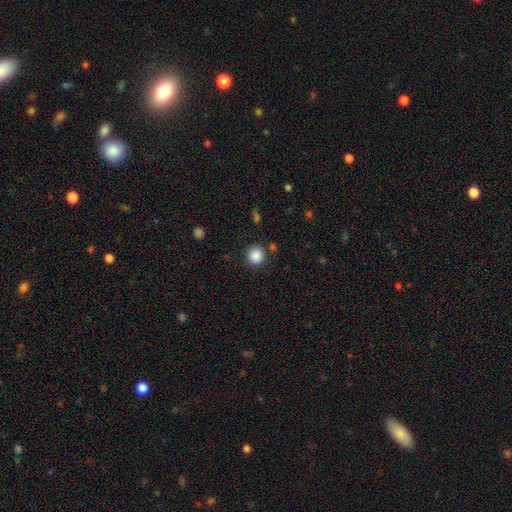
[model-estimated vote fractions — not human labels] This is clearly a smooth galaxy (88%). How rounded: clearly round (91%). Merging: clearly none (87%).